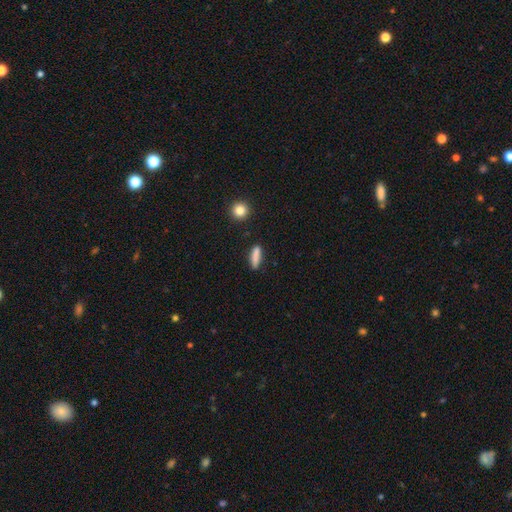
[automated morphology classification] The model was most divided on "how rounded": cigar-shaped: 73%, in between: 25%, round: 3%. More confident: merging — none (84%); smooth or featured — smooth (84%).